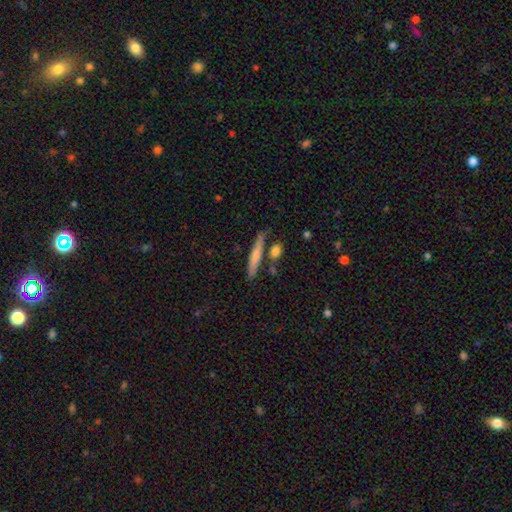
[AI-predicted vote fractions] smooth 60%, featured or disk 34%, star or artifact 6%. Down the decision tree: how rounded — cigar-shaped (91%); merging — none (76%).